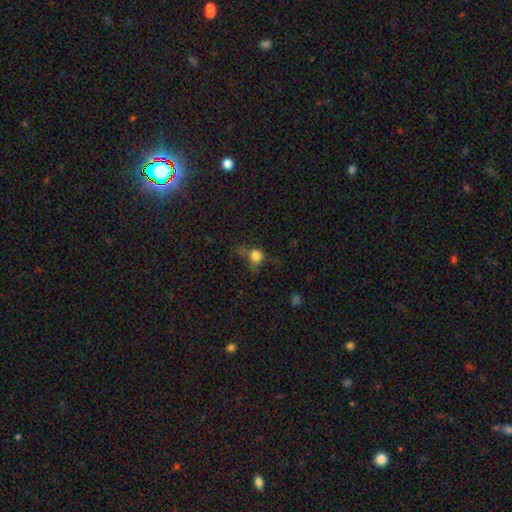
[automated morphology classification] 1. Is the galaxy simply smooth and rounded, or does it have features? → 72% smooth, 16% star or artifact, 11% featured or disk.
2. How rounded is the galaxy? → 79% round, 19% in between, 2% cigar-shaped.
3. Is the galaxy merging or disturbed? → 39% none, 30% major disturbance, 25% minor disturbance, 6% merger.